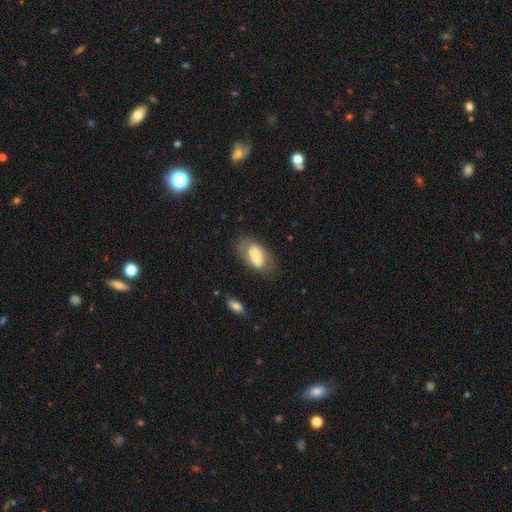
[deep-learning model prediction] Smooth or featured? Predicted: smooth (p=0.63). How rounded? Predicted: in between (p=0.91). Merging? Predicted: none (p=0.71).